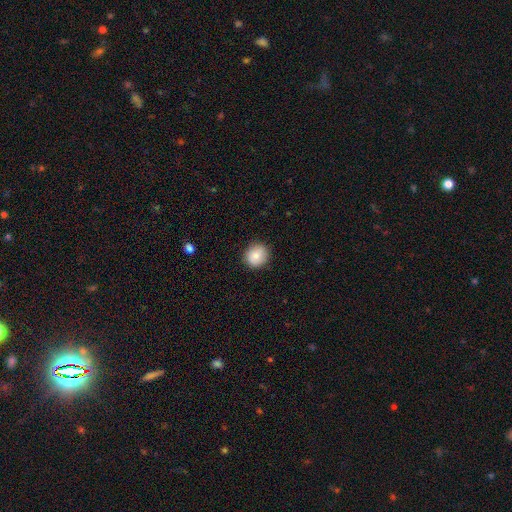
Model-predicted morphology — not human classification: This appears to be a smooth galaxy with no disk features (83%) that is round (87%). Merging: none (89%).